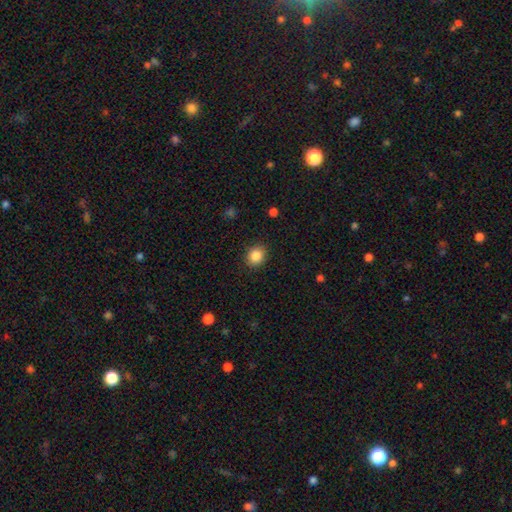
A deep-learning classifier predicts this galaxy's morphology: smooth_or_featured: smooth (p=0.86) [alt: star or artifact p=0.09]
how_rounded: round (p=0.70) [alt: in between p=0.29]
merging: none (p=0.89) [alt: minor disturbance p=0.08]